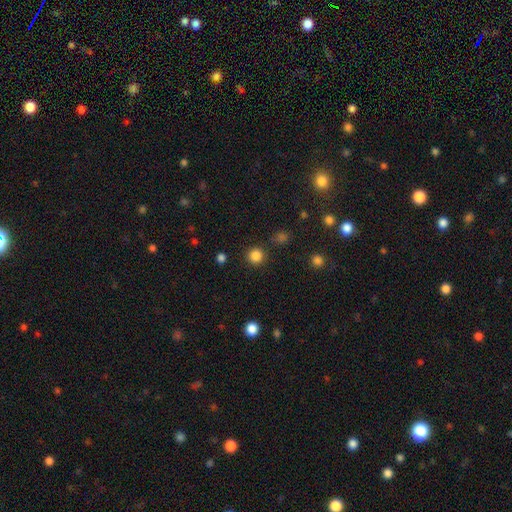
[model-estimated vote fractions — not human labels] A smooth galaxy with no disk features (84%) that is round (94%). Merging: none (89%).